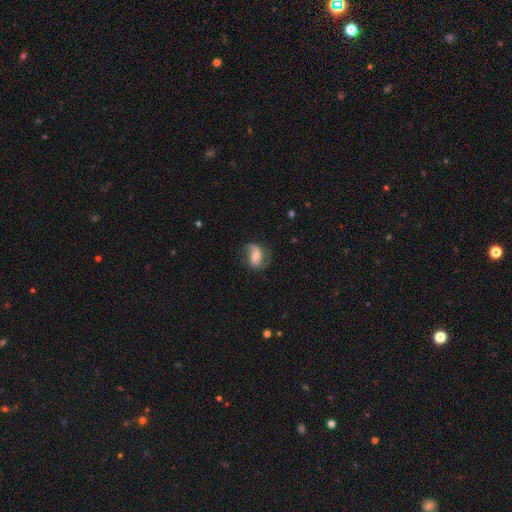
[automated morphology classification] This is clearly a featured or disk galaxy (81%). It is clearly not viewed edge-on (97%). Bar: marginally weak (42%). Spiral arm pattern: clearly yes (95%). Spiral arm count: clearly 2 (89%). Spiral winding: possibly loose (53%). Central bulge: possibly moderate (52%). Merging: likely none (75%).